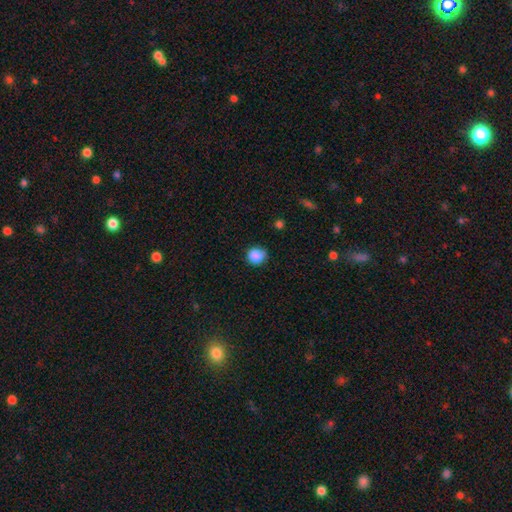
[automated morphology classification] Smooth or featured: smooth — 86% (star or artifact — 10%)
How rounded: round — 85% (in between — 14%)
Merging: none — 76% (minor disturbance — 19%)